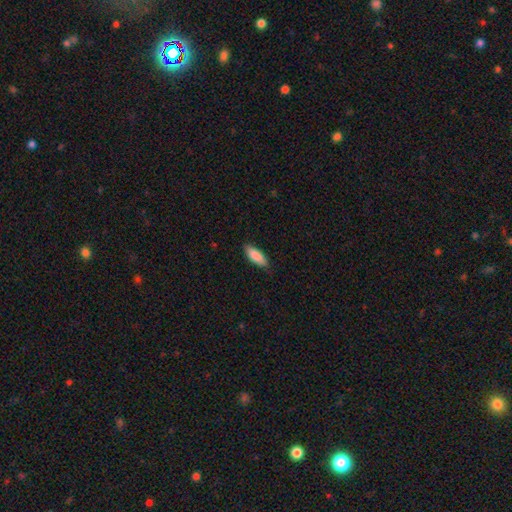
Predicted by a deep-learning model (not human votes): This is clearly a smooth galaxy (88%). How rounded: likely in between (71%). Merging: clearly none (83%).